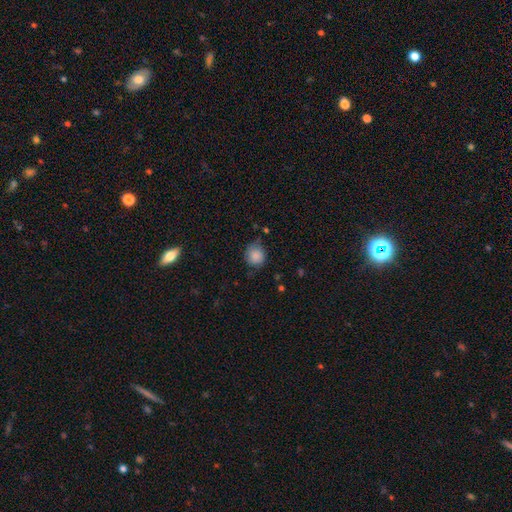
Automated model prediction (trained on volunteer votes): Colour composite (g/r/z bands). It shows a smooth galaxy with no disk features (86%) that is round (85%). Merging: none (69%).